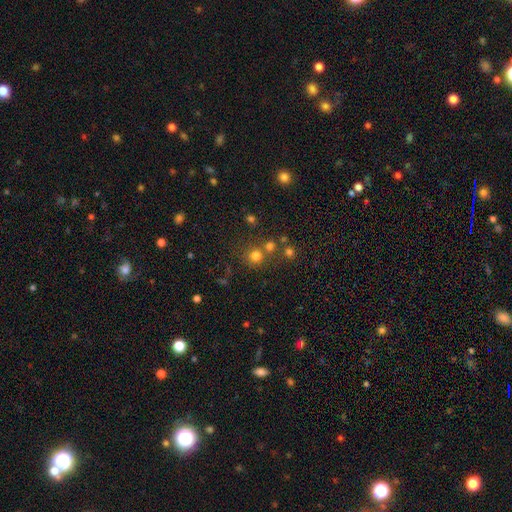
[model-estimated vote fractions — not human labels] smooth 74%, star or artifact 19%, featured or disk 7%. Down the decision tree: how rounded — round (90%); merging — none (69%).